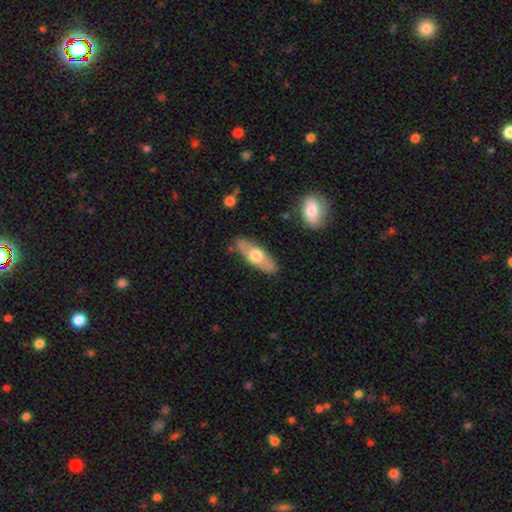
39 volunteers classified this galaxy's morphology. Smooth or featured? 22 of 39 (56%) said featured or disk. Edge-on disk? 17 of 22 (77%) said yes. Edge-on bulge? 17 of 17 (100%) said rounded. Merging? 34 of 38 (89%) said none.